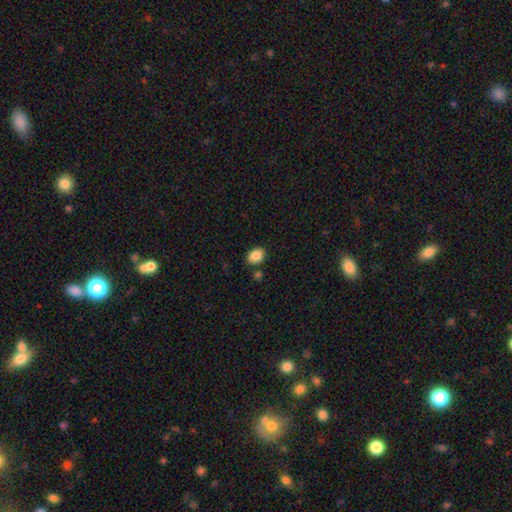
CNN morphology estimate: Smooth or featured? Predicted: smooth (p=0.87). How rounded? Predicted: in between (p=0.78). Merging? Predicted: none (p=0.82).